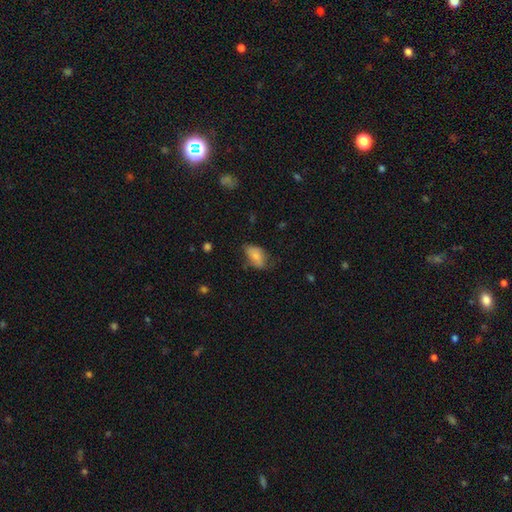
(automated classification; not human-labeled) smooth-or-featured: smooth: 76% | featured or disk: 16% | star or artifact: 8%
  how-rounded: in between: 91% | round: 7% | cigar-shaped: 2%
  merging: none: 46% | minor disturbance: 37% | major disturbance: 15% | merger: 3%